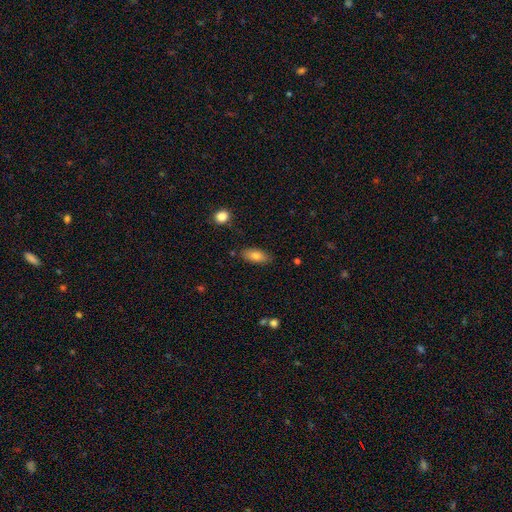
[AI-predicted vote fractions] A smooth galaxy with no disk features (80%) that is in between round and cigar-shaped (86%). Merging: none (83%).